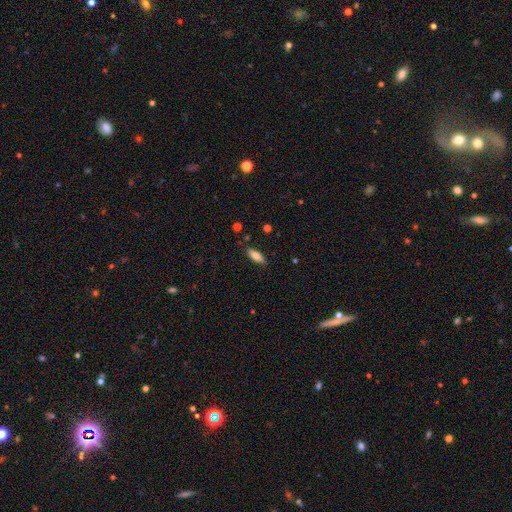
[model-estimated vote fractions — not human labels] Morphology: type=smooth (78%); roundness=in between (67%); merging=none (87%).